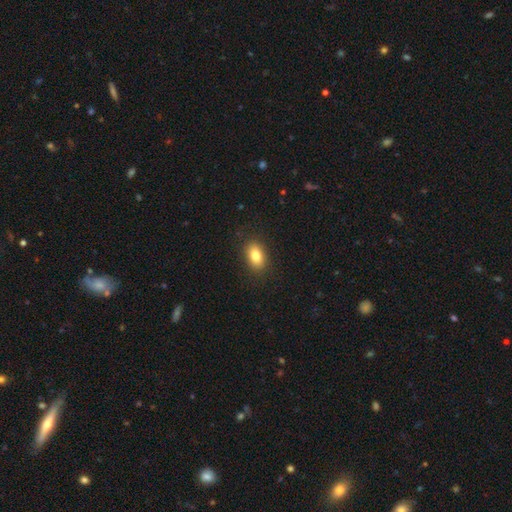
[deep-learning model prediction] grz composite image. It shows a smooth galaxy with no disk features (82%) that is in between round and cigar-shaped (87%). Merging: none (88%).